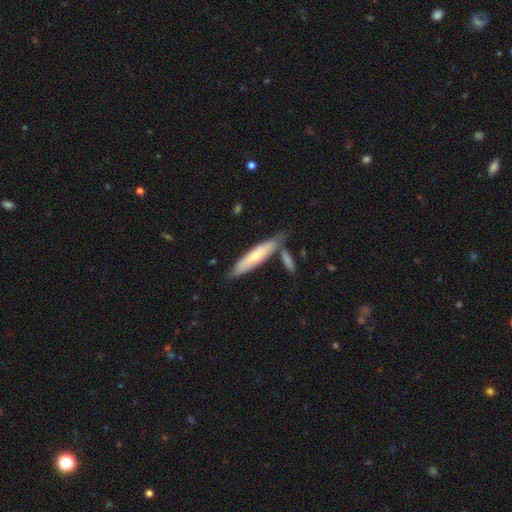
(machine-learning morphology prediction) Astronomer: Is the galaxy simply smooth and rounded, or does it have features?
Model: smooth — 57% (runner-up: featured or disk, 37%).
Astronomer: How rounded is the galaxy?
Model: cigar-shaped — 76%.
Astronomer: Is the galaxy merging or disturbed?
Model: none — 64%.